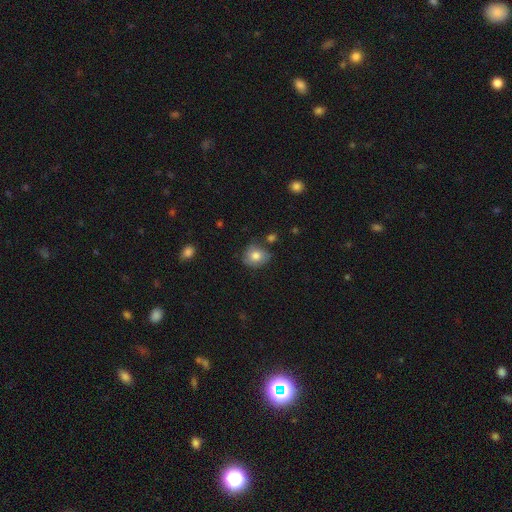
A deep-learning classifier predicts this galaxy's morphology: Smooth or featured?
  - smooth: 76% *
  - featured or disk: 15%
  - star or artifact: 9%
How rounded?
  - round: 68% *
  - in between: 32%
  - cigar-shaped: 1%
Merging?
  - none: 69% *
  - minor disturbance: 22%
  - major disturbance: 5%
  - merger: 4%